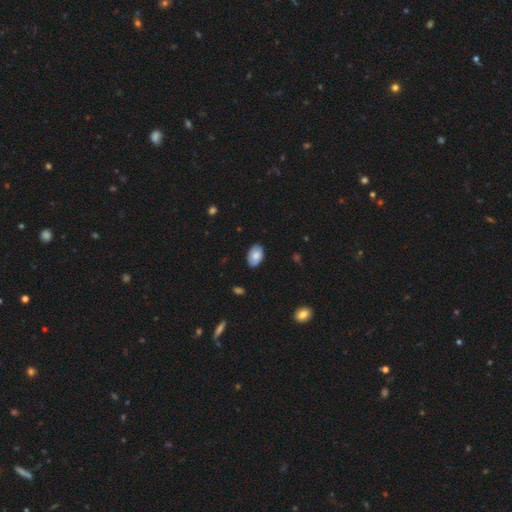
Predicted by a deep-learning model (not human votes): Morphology: type=smooth (80%); roundness=in between (92%); merging=none (85%).